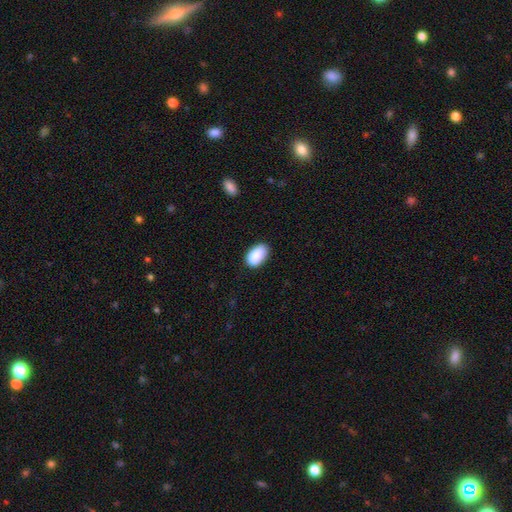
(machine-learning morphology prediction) Smooth or featured? Predicted: smooth (p=0.88). How rounded? Predicted: in between (p=0.94). Merging? Predicted: none (p=0.78).